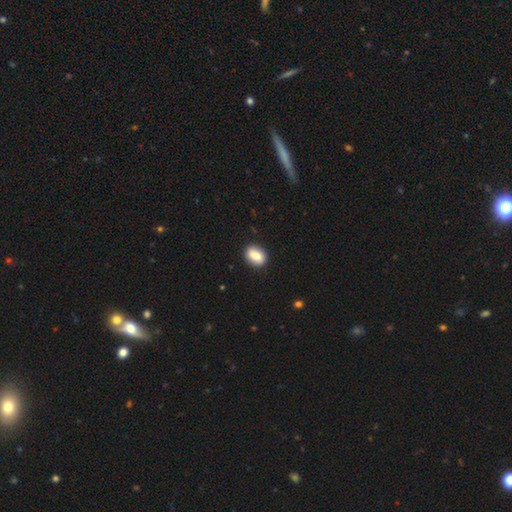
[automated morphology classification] smooth-or-featured: smooth: 83% | featured or disk: 10% | star or artifact: 7%
  how-rounded: in between: 74% | round: 24% | cigar-shaped: 2%
  merging: none: 89% | minor disturbance: 8% | major disturbance: 2% | merger: 1%